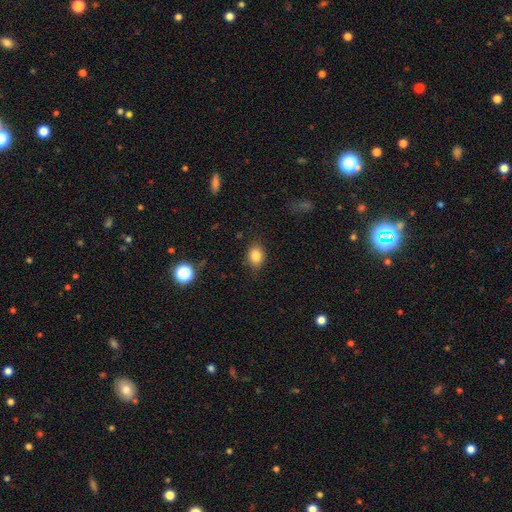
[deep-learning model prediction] Smooth or featured?
  - smooth: 82% *
  - star or artifact: 11%
  - featured or disk: 7%
How rounded?
  - in between: 56% *
  - round: 43%
  - cigar-shaped: 1%
Merging?
  - none: 79% *
  - minor disturbance: 16%
  - major disturbance: 4%
  - merger: 1%